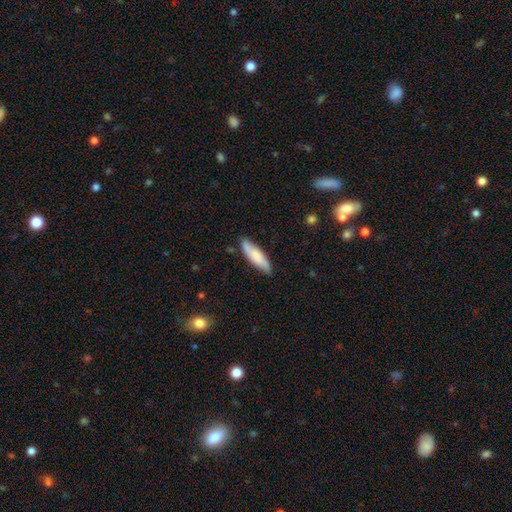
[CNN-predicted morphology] The model was most divided on "how rounded": cigar-shaped: 56%, in between: 43%, round: 2%. More confident: merging — none (81%); smooth or featured — smooth (73%).